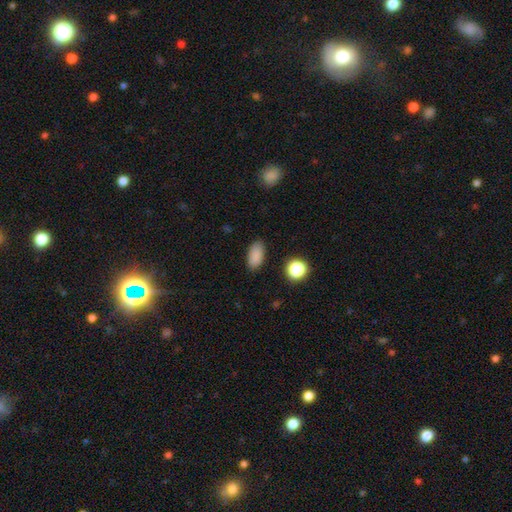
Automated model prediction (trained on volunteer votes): Morphology: type=smooth (86%); roundness=in between (89%); merging=none (86%).